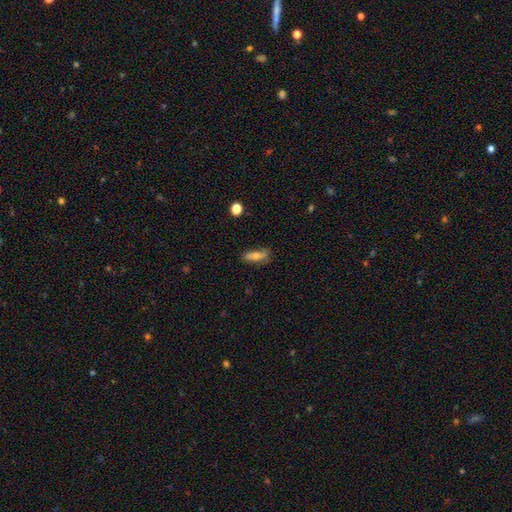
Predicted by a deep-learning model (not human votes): smooth 58%, featured or disk 33%, star or artifact 9%. Down the decision tree: how rounded — cigar-shaped (52%); merging — none (73%).